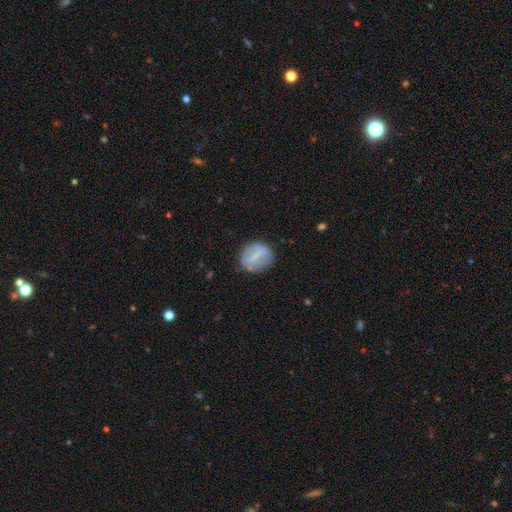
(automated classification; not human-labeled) Smooth or featured? Predicted: smooth (p=0.57). How rounded? Predicted: round (p=0.74). Merging? Predicted: none (p=0.82).